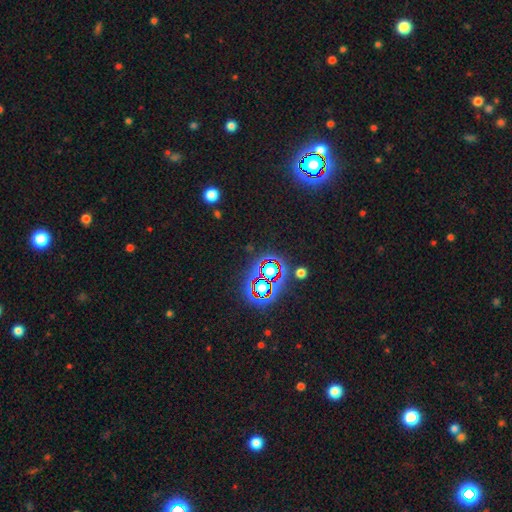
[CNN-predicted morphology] This is likely a star or artifact rather than a galaxy (79%).